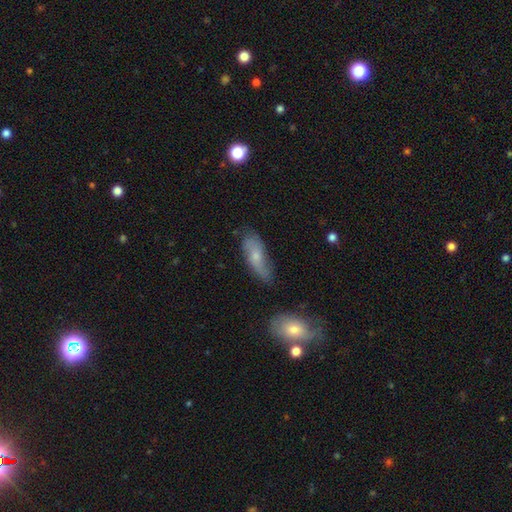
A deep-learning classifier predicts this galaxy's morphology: Q: Smooth or featured?
A: smooth (52%); runner-up: featured or disk (40%)
Q: How rounded?
A: in between (64%); runner-up: cigar-shaped (33%)
Q: Merging?
A: none (57%); runner-up: minor disturbance (29%)